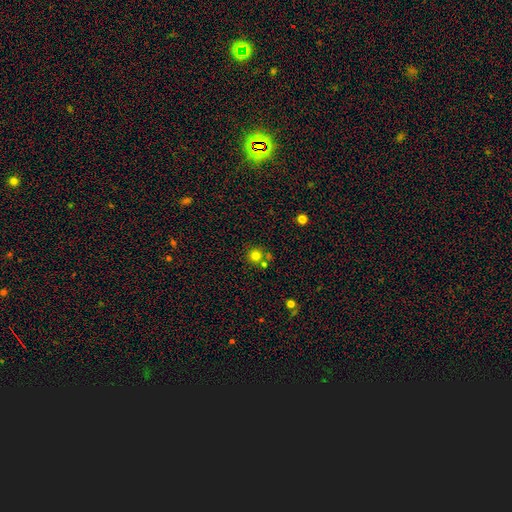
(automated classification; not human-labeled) Smooth or featured? Predicted: smooth (p=0.78). How rounded? Predicted: round (p=0.94). Merging? Predicted: none (p=0.72).